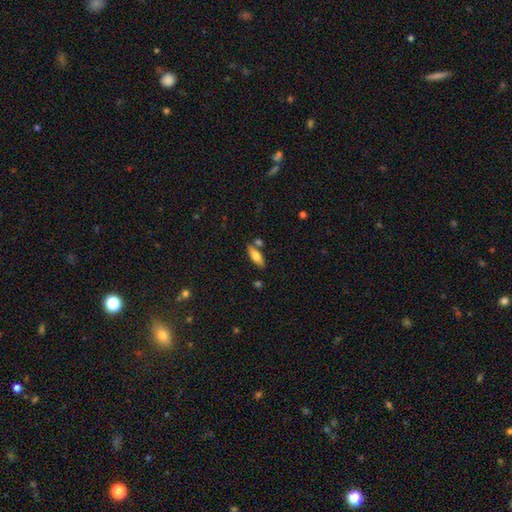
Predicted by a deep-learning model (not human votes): smooth-or-featured: smooth: 68% | featured or disk: 25% | star or artifact: 6%
  how-rounded: in between: 63% | cigar-shaped: 34% | round: 2%
  merging: none: 75% | minor disturbance: 12% | merger: 11% | major disturbance: 3%